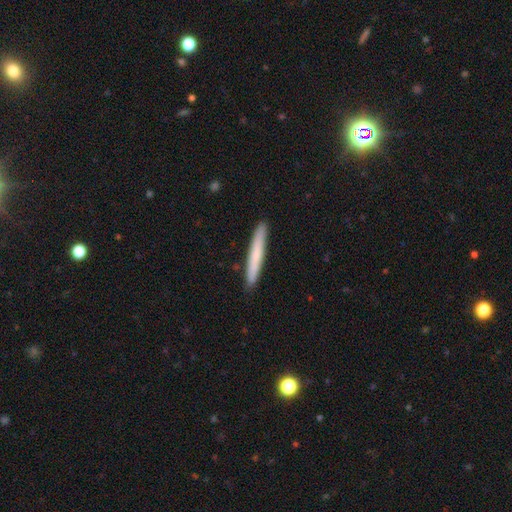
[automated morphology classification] This is likely a smooth galaxy (70%). How rounded: clearly cigar-shaped (97%). Merging: clearly none (91%).